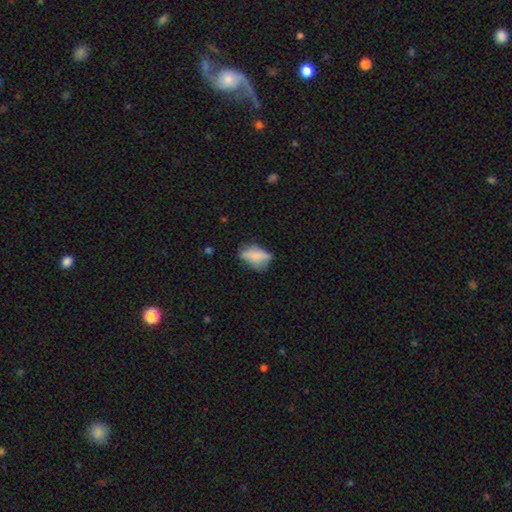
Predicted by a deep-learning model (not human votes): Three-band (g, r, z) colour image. It shows a smooth galaxy with no disk features (65%) that is in between round and cigar-shaped (82%). Merging: none (48%).